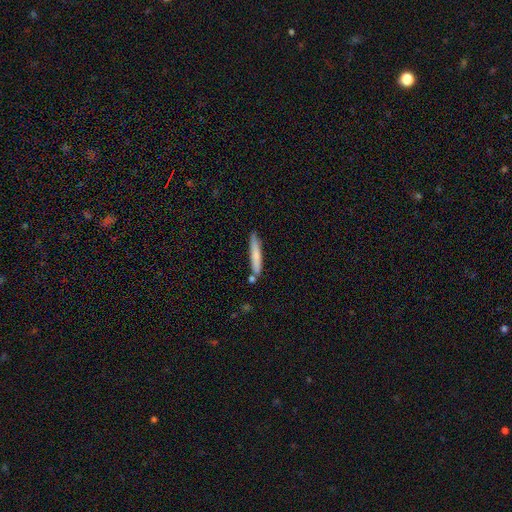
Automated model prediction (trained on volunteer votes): This appears to be a smooth galaxy with no disk features (69%) that is cigar-shaped (94%). Merging: none (81%).